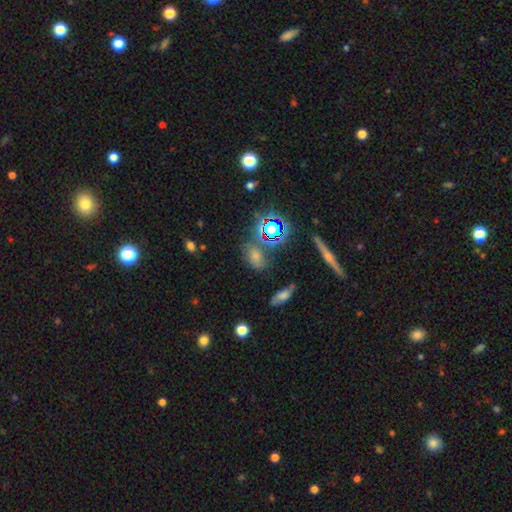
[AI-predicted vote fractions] Smooth or featured: star or artifact — 47% (smooth — 36%)